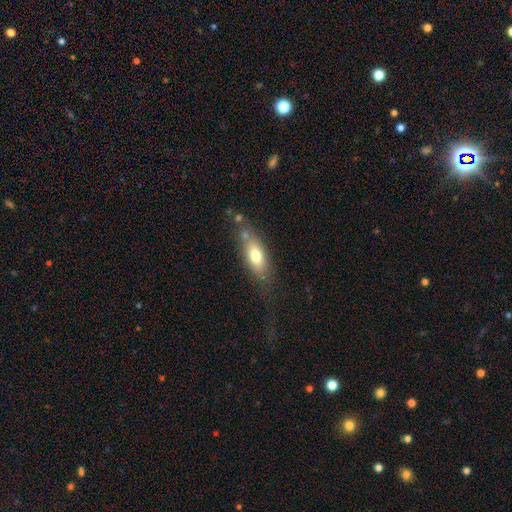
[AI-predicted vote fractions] Smooth or featured? smooth (69%)
How rounded? in between (72%)
Merging? none (59%)